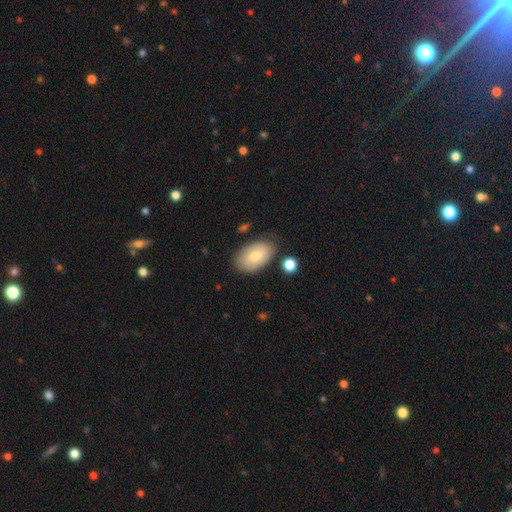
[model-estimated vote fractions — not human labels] Smooth or featured: smooth — 68% (featured or disk — 26%)
How rounded: in between — 93% (round — 6%)
Merging: none — 78% (minor disturbance — 15%)